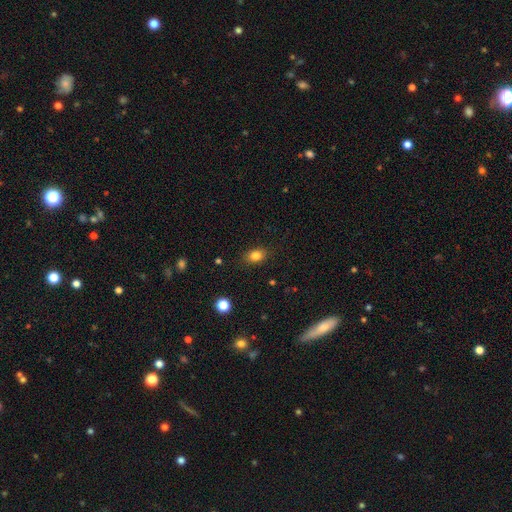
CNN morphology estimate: Smooth or featured?
  - smooth: 83% *
  - star or artifact: 11%
  - featured or disk: 6%
How rounded?
  - in between: 69% *
  - round: 29%
  - cigar-shaped: 2%
Merging?
  - none: 86% *
  - minor disturbance: 11%
  - major disturbance: 3%
  - merger: 1%